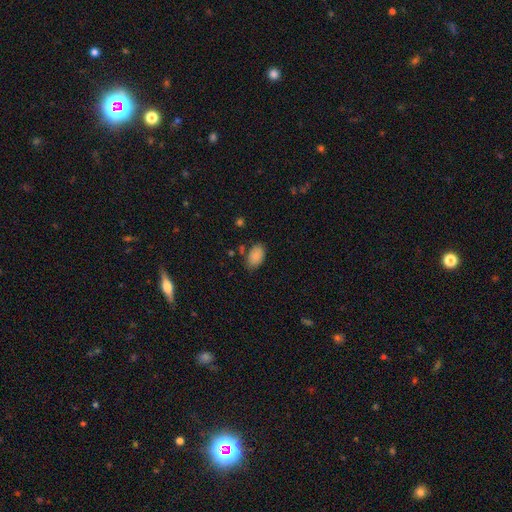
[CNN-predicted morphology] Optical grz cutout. It shows a smooth galaxy with no disk features (85%) that is in between round and cigar-shaped (90%). Merging: none (76%).